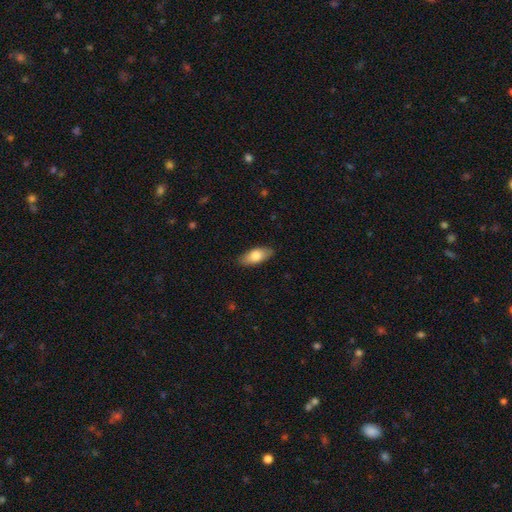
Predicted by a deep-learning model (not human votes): This appears to be a smooth galaxy with no disk features (78%) that is in between round and cigar-shaped (86%). Merging: none (86%).